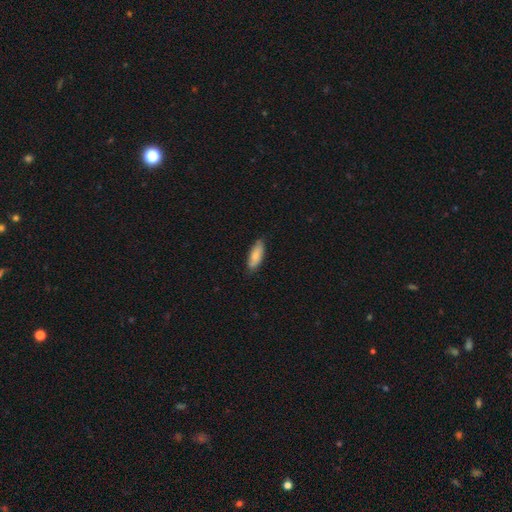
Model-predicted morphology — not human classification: The model was most divided on "how rounded": in between: 65%, cigar-shaped: 34%, round: 2%. More confident: smooth or featured — smooth (84%); merging — none (82%).